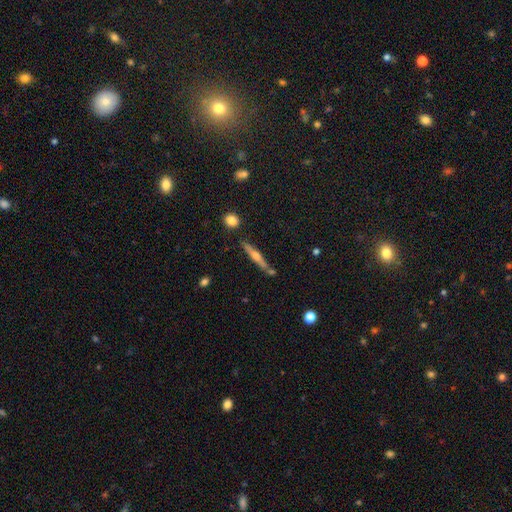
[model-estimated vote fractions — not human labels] A featured or disk galaxy (67%) viewed edge-on (96%) with a rounded central bulge (85%).

Vote fractions:
- Smooth or featured? featured or disk: 67% / smooth: 26% / star or artifact: 7%
- Edge-on disk? yes: 96% / no: 4%
- Edge-on bulge? rounded: 85% / none: 9% / boxy: 6%
- Merging? none: 79% / minor disturbance: 12% / merger: 7% / major disturbance: 3%